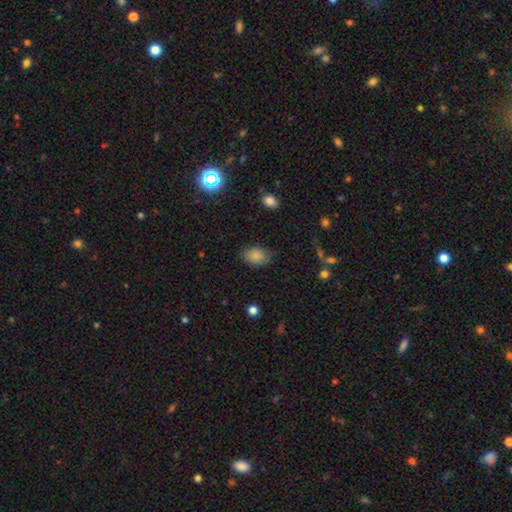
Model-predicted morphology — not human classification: smooth 83%, star or artifact 9%, featured or disk 8%. Down the decision tree: how rounded — in between (80%); merging — none (76%).